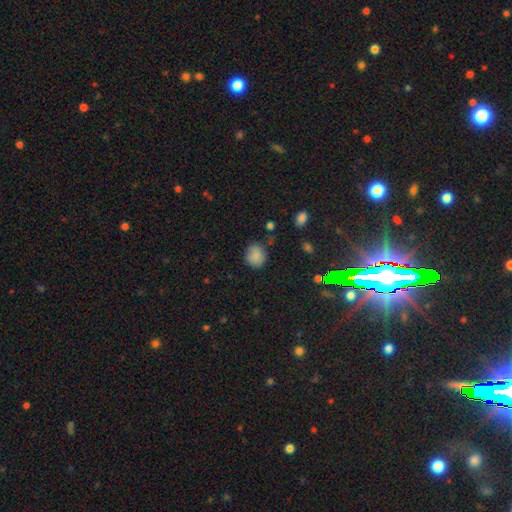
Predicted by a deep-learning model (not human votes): This is clearly a smooth galaxy (85%). How rounded: likely round (76%). Merging: clearly none (81%).